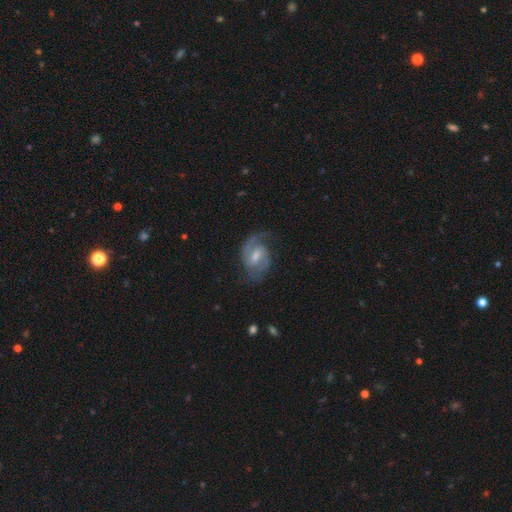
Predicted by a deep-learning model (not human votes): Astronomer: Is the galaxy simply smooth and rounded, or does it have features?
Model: featured or disk — 86%.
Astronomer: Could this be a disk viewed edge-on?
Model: no — 98%.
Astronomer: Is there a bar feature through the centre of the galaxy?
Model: weak — 60%.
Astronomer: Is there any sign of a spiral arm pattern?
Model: yes — 96%.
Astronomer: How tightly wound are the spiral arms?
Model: medium — 54%.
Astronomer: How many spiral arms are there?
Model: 2 — 88%.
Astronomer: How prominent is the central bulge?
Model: moderate — 51% (runner-up: small, 38%).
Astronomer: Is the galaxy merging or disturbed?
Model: none — 72%.